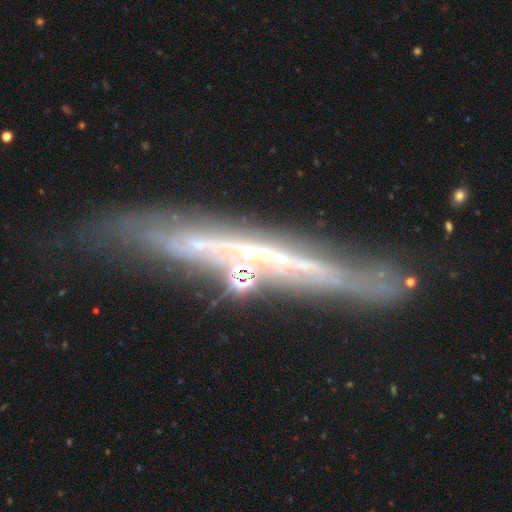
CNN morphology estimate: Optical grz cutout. It shows a featured or disk galaxy (75%) viewed edge-on (86%) with no central bulge (72%). Merging: none (67%).